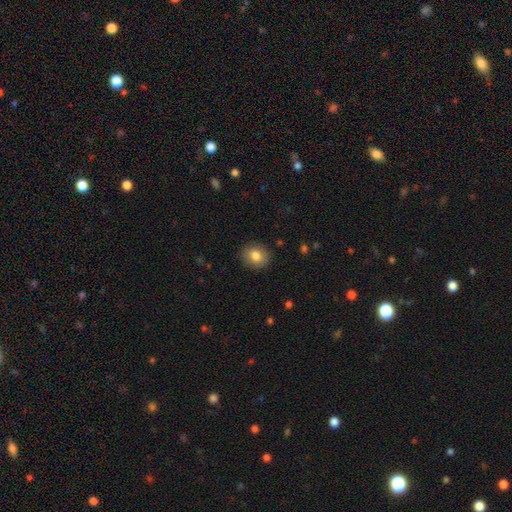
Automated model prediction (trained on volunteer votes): Smooth or featured?
  - smooth: 83% *
  - star or artifact: 9%
  - featured or disk: 9%
How rounded?
  - round: 72% *
  - in between: 27%
  - cigar-shaped: 1%
Merging?
  - none: 90% *
  - minor disturbance: 7%
  - major disturbance: 2%
  - merger: 1%